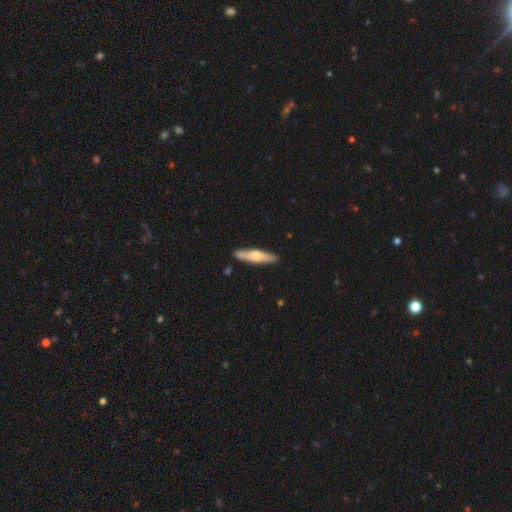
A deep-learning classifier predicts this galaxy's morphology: The model was most divided on "smooth or featured": smooth: 54%, featured or disk: 41%, star or artifact: 5%. More confident: merging — none (88%); how rounded — cigar-shaped (77%).